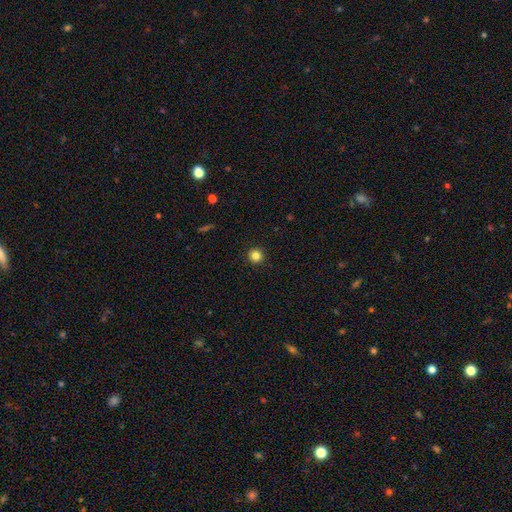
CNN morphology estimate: A smooth galaxy with no disk features (83%) that is round (96%). Merging: none (93%).